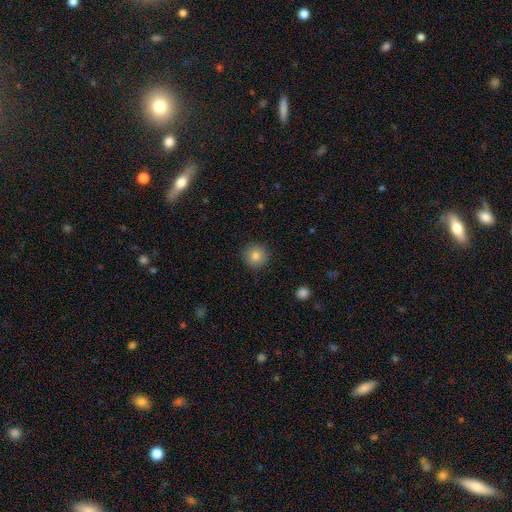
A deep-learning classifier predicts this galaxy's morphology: A smooth galaxy with no disk features (81%) that is round (95%).

Vote fractions:
- Smooth or featured? smooth: 81% / star or artifact: 10% / featured or disk: 8%
- How rounded? round: 95% / in between: 4% / cigar-shaped: 1%
- Merging? none: 91% / minor disturbance: 6% / major disturbance: 2% / merger: 1%